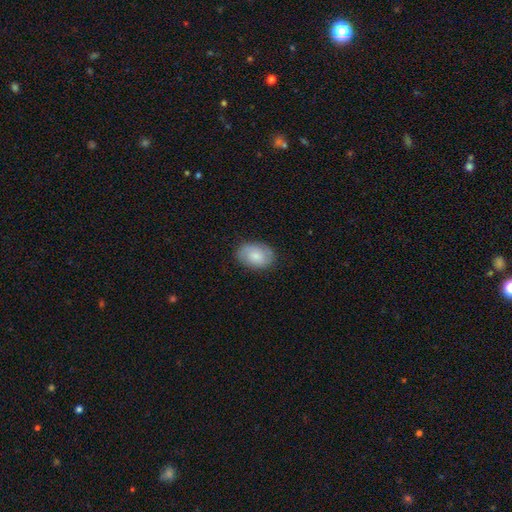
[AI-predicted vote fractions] smooth-or-featured: smooth: 67% | featured or disk: 26% | star or artifact: 7%
  how-rounded: in between: 83% | round: 16% | cigar-shaped: 1%
  merging: none: 80% | minor disturbance: 15% | major disturbance: 4% | merger: 1%